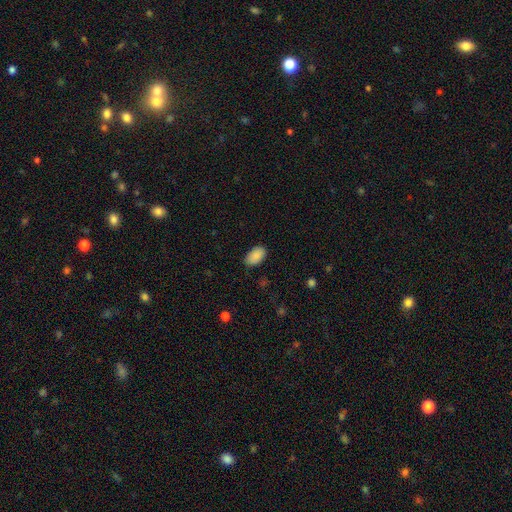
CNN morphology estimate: smooth 90%, star or artifact 7%, featured or disk 3%. Down the decision tree: how rounded — in between (94%); merging — none (85%).